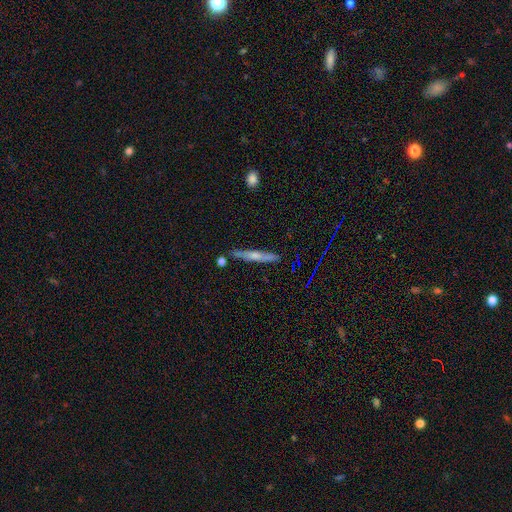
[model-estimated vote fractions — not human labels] Smooth or featured? Predicted: featured or disk (p=0.50). Merging? Predicted: none (p=0.83).